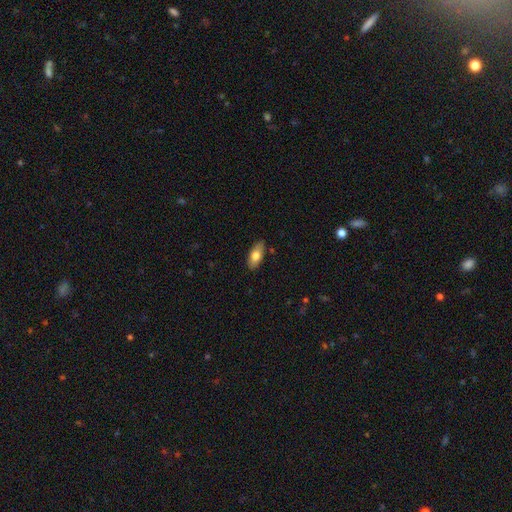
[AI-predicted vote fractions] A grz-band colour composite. It shows a smooth galaxy with no disk features (75%) that is in between round and cigar-shaped (86%). Merging: none (85%).